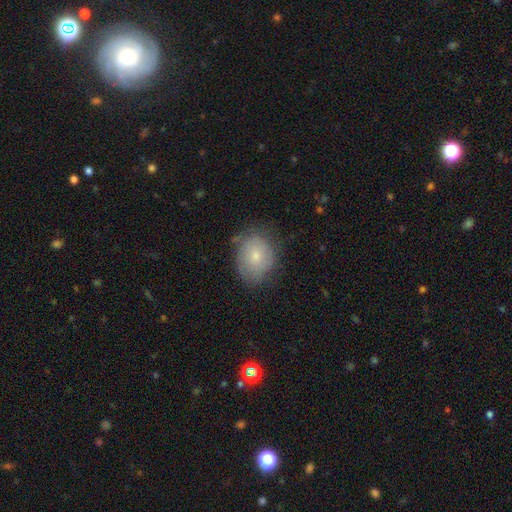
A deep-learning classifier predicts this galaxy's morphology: This appears to be a smooth galaxy with no disk features (63%) that is in between round and cigar-shaped (51%). Merging: none (66%).